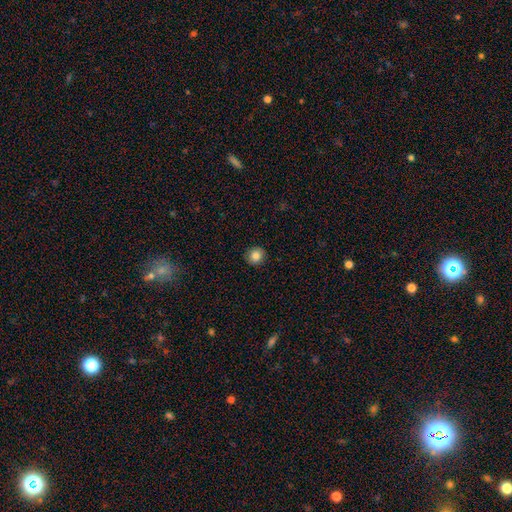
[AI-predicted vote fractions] This is clearly a smooth galaxy (84%). How rounded: clearly round (91%). Merging: clearly none (91%).